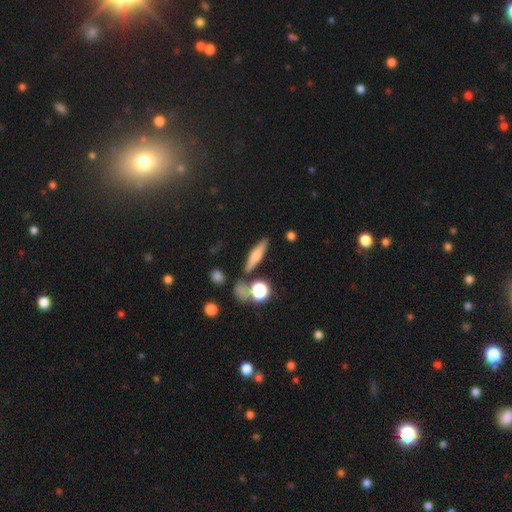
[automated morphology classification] A smooth galaxy with no disk features (49%).

Vote fractions:
- Smooth or featured? smooth: 49% / featured or disk: 40% / star or artifact: 10%
- Merging? none: 77% / minor disturbance: 11% / merger: 7% / major disturbance: 4%